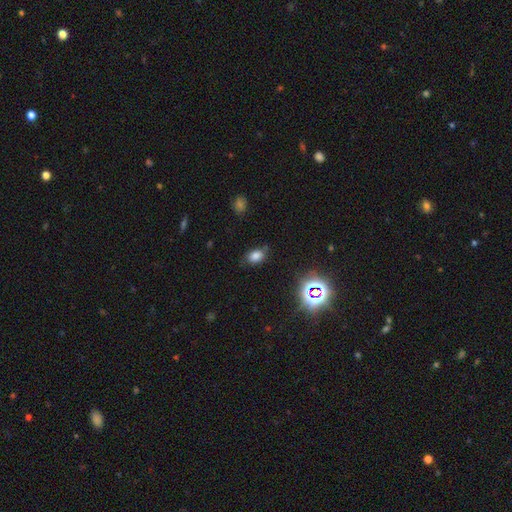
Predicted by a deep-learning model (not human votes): This is likely a smooth galaxy (74%). How rounded: clearly in between (83%). Merging: likely none (74%).